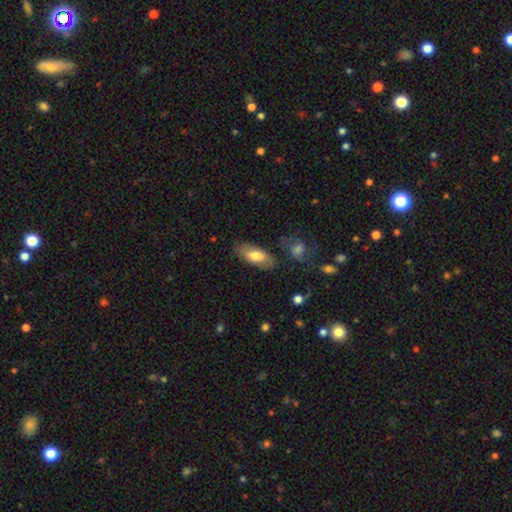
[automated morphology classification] The model was most divided on "smooth or featured": smooth: 70%, featured or disk: 24%, star or artifact: 6%. More confident: how rounded — in between (84%); merging — none (78%).